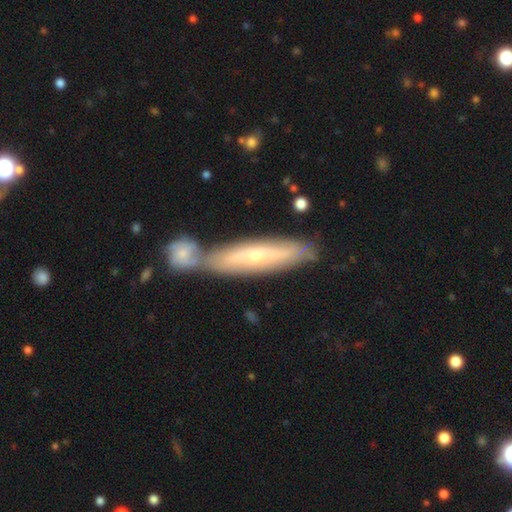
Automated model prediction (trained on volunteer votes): smooth_or_featured: featured or disk (p=0.57) [alt: smooth p=0.37]
disk_edge_on: yes (p=0.57) [alt: no p=0.43]
merging: none (p=0.47) [alt: merger p=0.39]